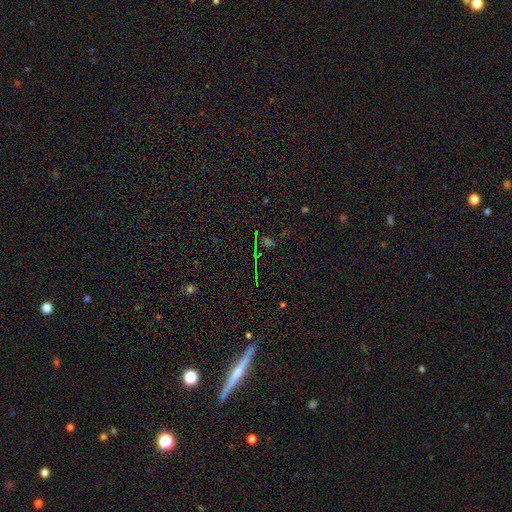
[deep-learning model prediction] Smooth or featured? Predicted: star or artifact (p=0.69).